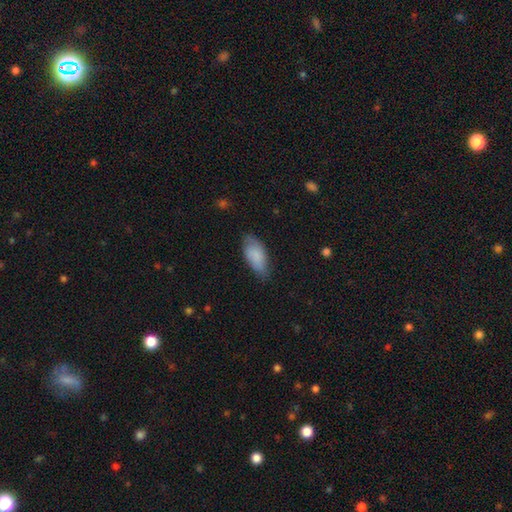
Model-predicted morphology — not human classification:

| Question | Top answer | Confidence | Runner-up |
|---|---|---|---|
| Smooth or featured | smooth | 84% | featured or disk (10%) |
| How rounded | in between | 90% | cigar-shaped (8%) |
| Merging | none | 69% | minor disturbance (24%) |